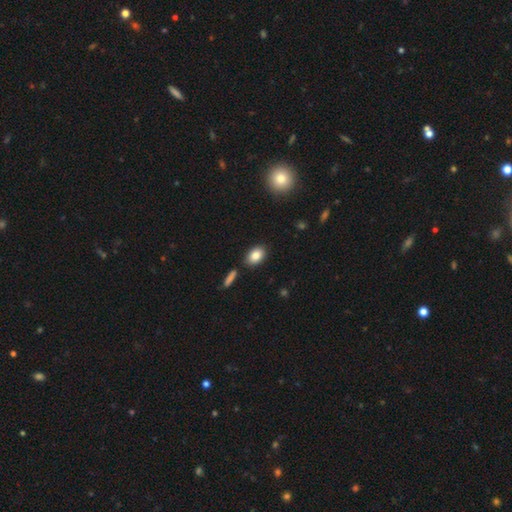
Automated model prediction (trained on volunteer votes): This appears to be a smooth galaxy with no disk features (85%) that is in between round and cigar-shaped (85%). Merging: none (83%).